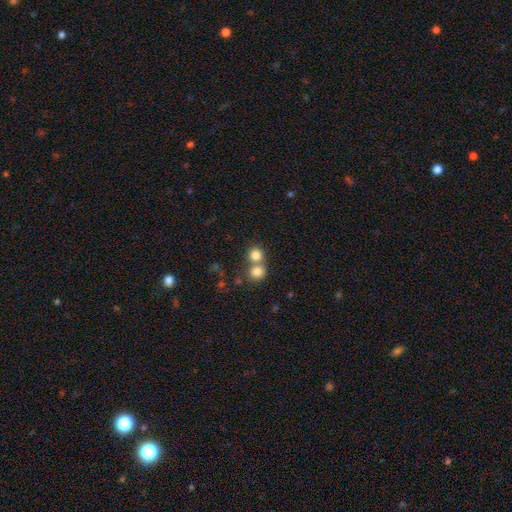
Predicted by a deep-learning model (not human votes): The model was most divided on "merging": none: 47%, merger: 45%, minor disturbance: 5%, major disturbance: 2%. More confident: how rounded — round (87%); smooth or featured — smooth (80%).